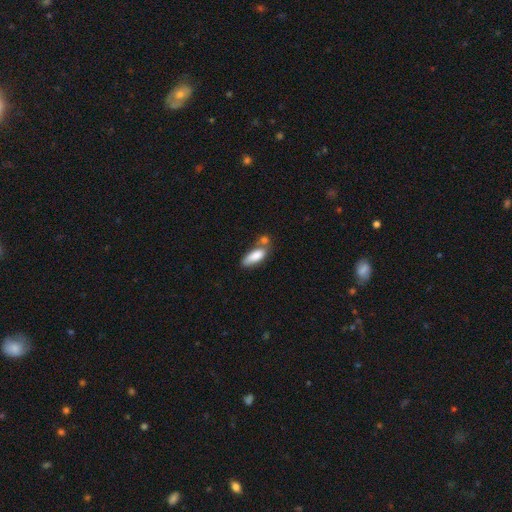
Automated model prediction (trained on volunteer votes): Smooth or featured? smooth (82%)
How rounded? in between (69%)
Merging? none (44%)